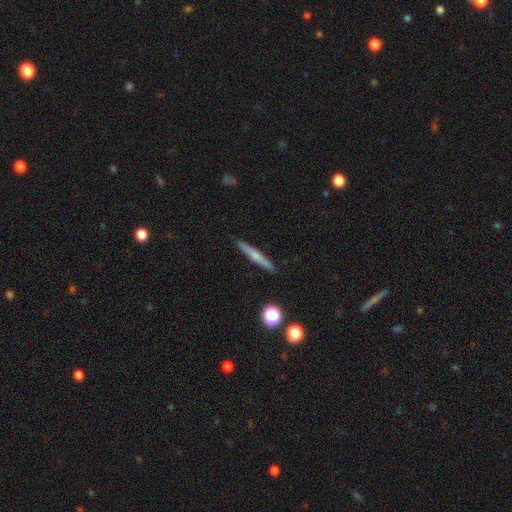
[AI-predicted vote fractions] smooth-or-featured: smooth: 51% | featured or disk: 42% | star or artifact: 7%
  how-rounded: cigar-shaped: 94% | in between: 4% | round: 2%
  merging: none: 90% | minor disturbance: 7% | major disturbance: 2% | merger: 1%